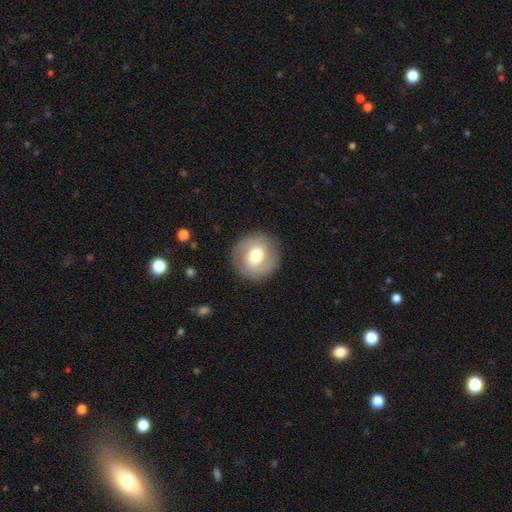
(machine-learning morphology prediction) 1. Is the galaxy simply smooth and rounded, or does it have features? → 53% smooth, 40% featured or disk, 7% star or artifact.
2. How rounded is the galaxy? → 89% round, 10% in between, 1% cigar-shaped.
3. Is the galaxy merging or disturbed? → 88% none, 8% minor disturbance, 3% major disturbance, 1% merger.